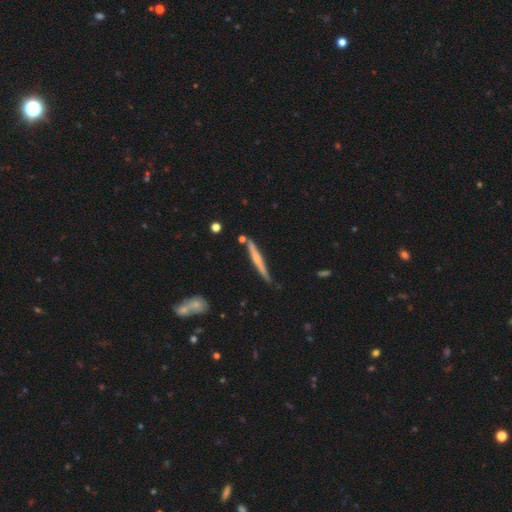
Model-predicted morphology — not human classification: featured or disk 58%, smooth 35%, star or artifact 7%. Down the decision tree: edge-on disk — yes (96%); edge-on bulge — rounded (46%); merging — none (77%).